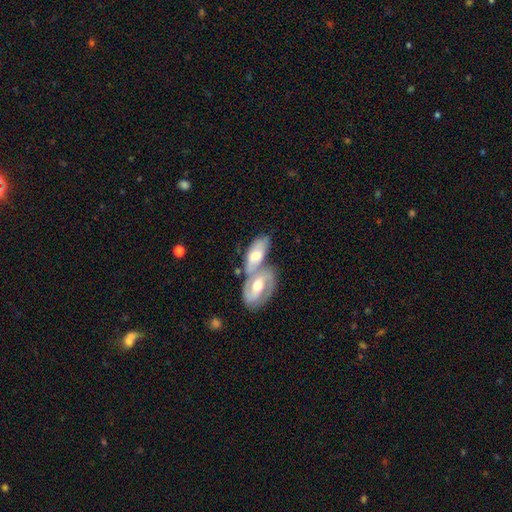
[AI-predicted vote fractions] Smooth or featured? Predicted: featured or disk (p=0.62). Edge-on disk? Predicted: no (p=0.90). Bar? Predicted: weak (p=0.41). Spiral arms? Predicted: yes (p=0.81). Bulge size? Predicted: moderate (p=0.73). Merging? Predicted: merger (p=0.66).